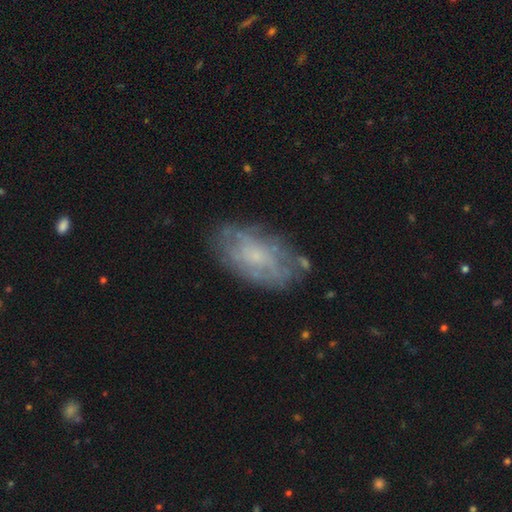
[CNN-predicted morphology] Smooth or featured? Predicted: featured or disk (p=0.57). Edge-on disk? Predicted: no (p=0.93). Bar? Predicted: no (p=0.78). Spiral arms? Predicted: yes (p=0.54). Bulge size? Predicted: small (p=0.65). Merging? Predicted: none (p=0.70).